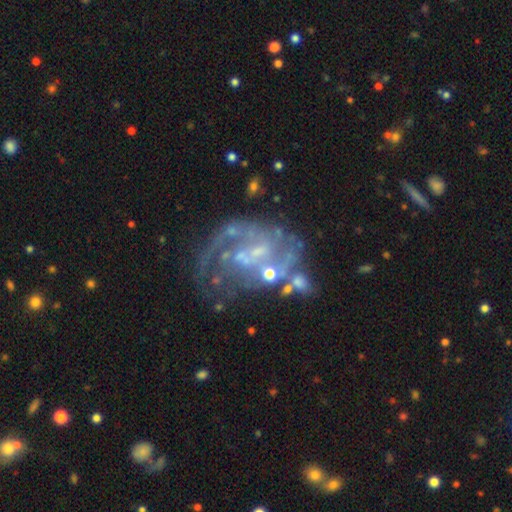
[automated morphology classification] Smooth or featured? featured or disk (79%)
Edge-on disk? no (98%)
Bar? no (49%)
Spiral arms? yes (69%)
Spiral winding? medium (40%)
Spiral arm count? can't tell (37%)
Bulge size? small (46%)
Merging? none (42%)